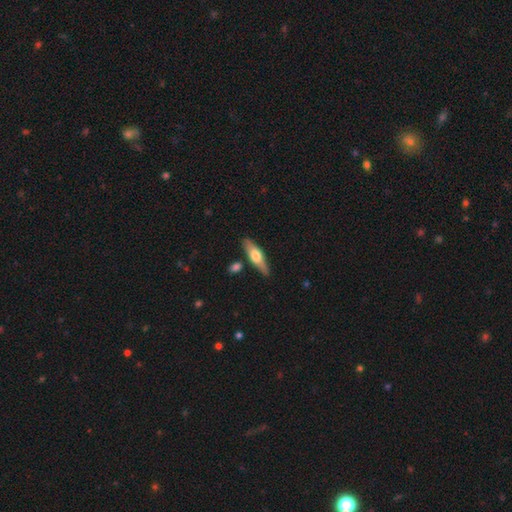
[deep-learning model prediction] A featured or disk galaxy (48%). Merging: none (81%).